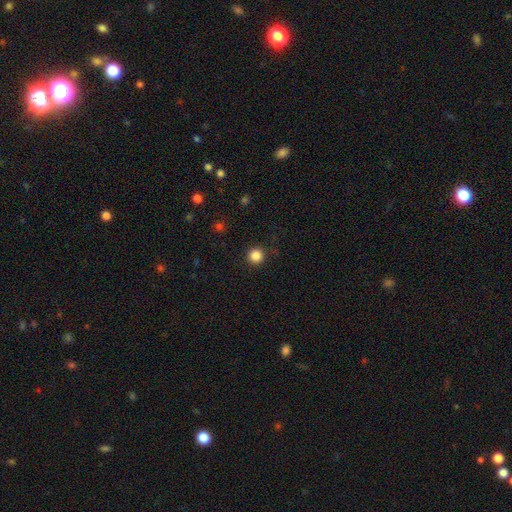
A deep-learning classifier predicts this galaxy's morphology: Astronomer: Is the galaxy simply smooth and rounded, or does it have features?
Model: smooth — 85%.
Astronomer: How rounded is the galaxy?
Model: round — 96%.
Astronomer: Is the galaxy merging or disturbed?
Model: none — 92%.